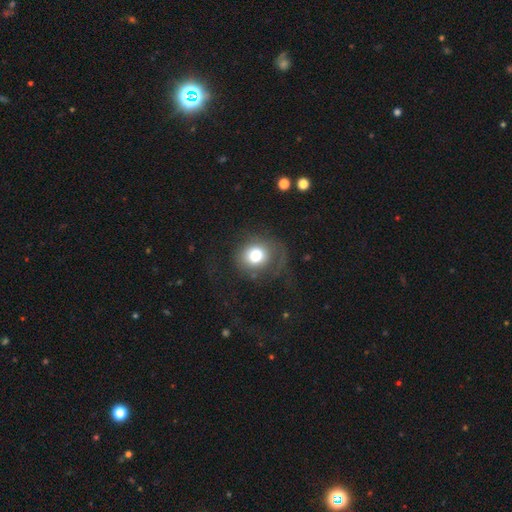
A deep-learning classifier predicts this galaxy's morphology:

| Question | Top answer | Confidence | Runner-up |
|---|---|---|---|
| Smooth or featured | smooth | 70% | featured or disk (19%) |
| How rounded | round | 80% | in between (19%) |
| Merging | none | 57% | major disturbance (23%) |